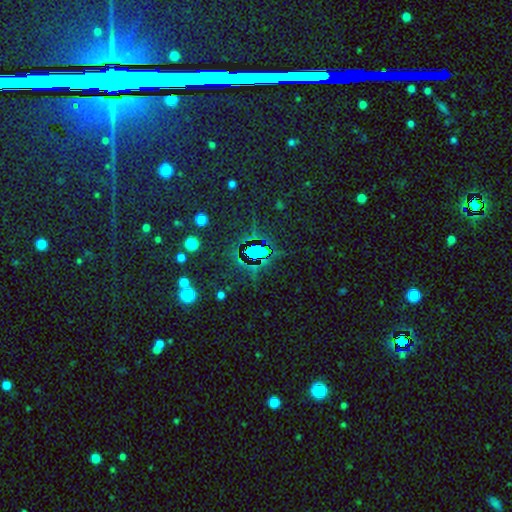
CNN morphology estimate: Q: Smooth or featured?
A: star or artifact (73%); runner-up: smooth (17%)